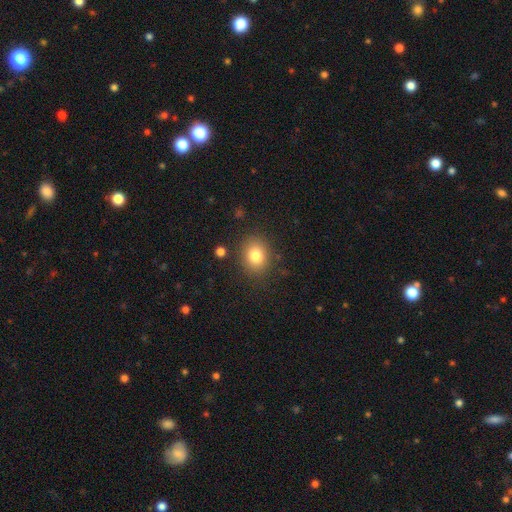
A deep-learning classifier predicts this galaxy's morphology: Smooth or featured? Predicted: smooth (p=0.81). How rounded? Predicted: round (p=0.56). Merging? Predicted: none (p=0.84).